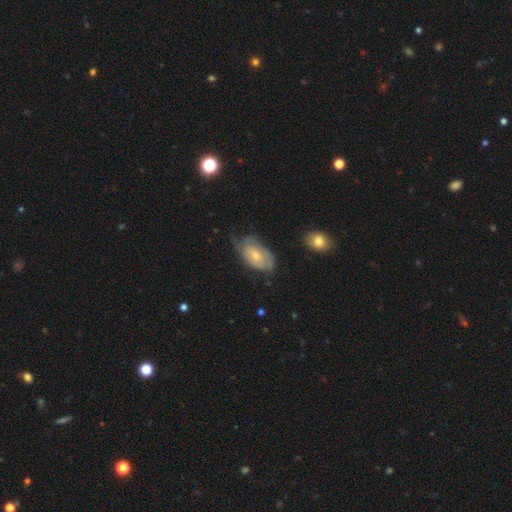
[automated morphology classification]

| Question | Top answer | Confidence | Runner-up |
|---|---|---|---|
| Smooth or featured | featured or disk | 48% | smooth (46%) |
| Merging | none | 41% | minor disturbance (36%) |